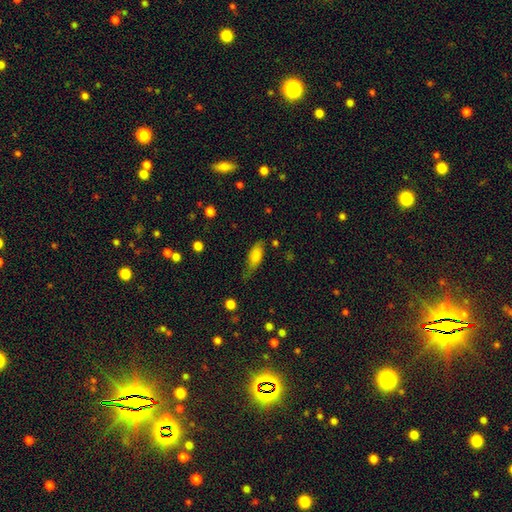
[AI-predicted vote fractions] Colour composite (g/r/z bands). It shows a smooth galaxy with no disk features (73%) that is in between round and cigar-shaped (77%). Merging: none (53%).